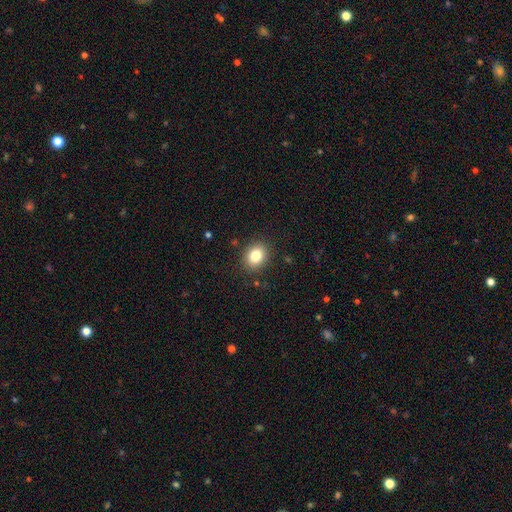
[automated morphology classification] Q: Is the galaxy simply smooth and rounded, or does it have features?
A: smooth — 83%.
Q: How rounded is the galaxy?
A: in between — 53%.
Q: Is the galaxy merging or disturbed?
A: none — 88%.